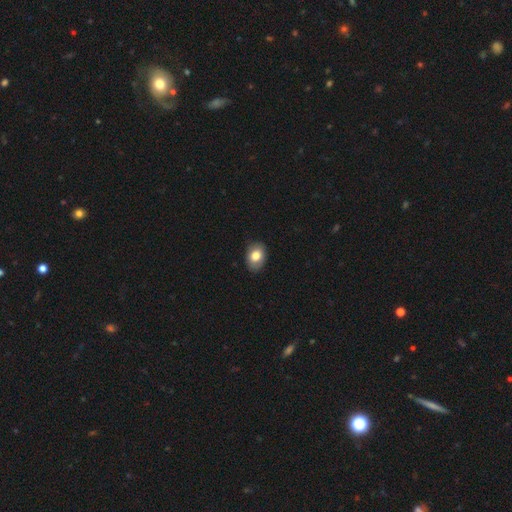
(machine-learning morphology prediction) smooth_or_featured: smooth (p=0.80) [alt: featured or disk p=0.12]
how_rounded: in between (p=0.74) [alt: round p=0.25]
merging: none (p=0.86) [alt: minor disturbance p=0.11]